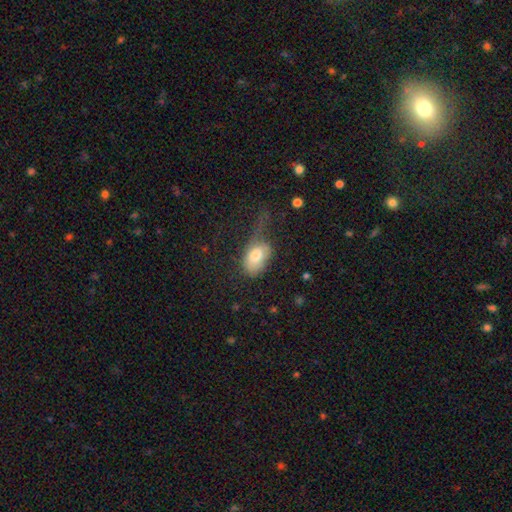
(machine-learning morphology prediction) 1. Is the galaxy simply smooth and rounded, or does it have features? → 75% smooth, 17% featured or disk, 8% star or artifact.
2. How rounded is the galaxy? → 88% in between, 10% round, 2% cigar-shaped.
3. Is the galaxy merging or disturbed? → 40% major disturbance, 29% none, 28% minor disturbance, 3% merger.